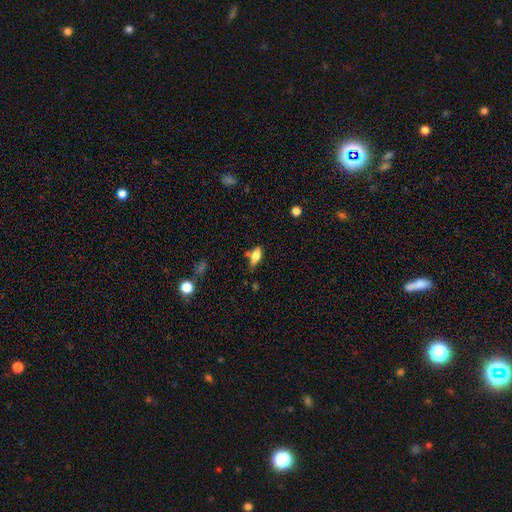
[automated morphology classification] Q: Smooth or featured?
A: smooth (73%); runner-up: featured or disk (19%)
Q: How rounded?
A: in between (78%); runner-up: cigar-shaped (19%)
Q: Merging?
A: none (66%); runner-up: minor disturbance (20%)